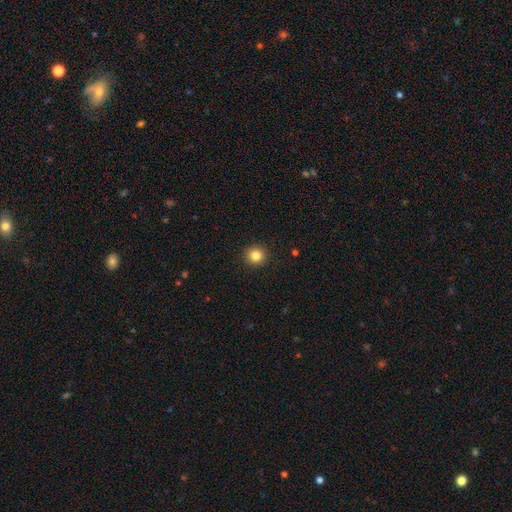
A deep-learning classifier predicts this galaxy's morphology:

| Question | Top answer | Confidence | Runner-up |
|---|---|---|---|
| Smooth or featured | smooth | 83% | star or artifact (11%) |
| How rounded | round | 93% | in between (6%) |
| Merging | none | 93% | minor disturbance (5%) |